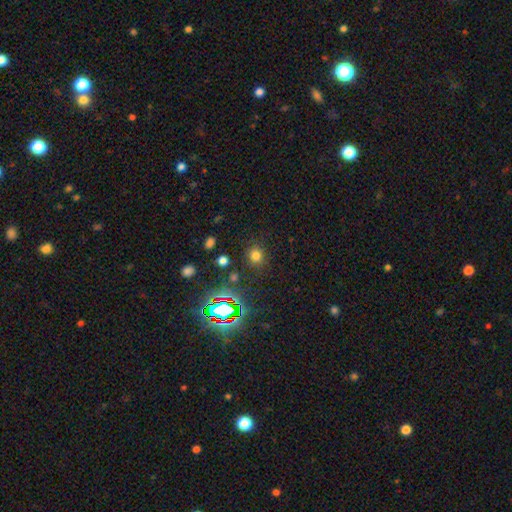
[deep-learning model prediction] Overall: smooth (70%). How rounded: round (87%). Merging: none (85%).